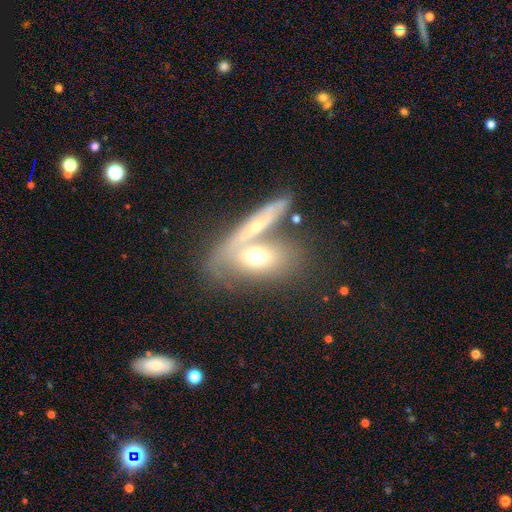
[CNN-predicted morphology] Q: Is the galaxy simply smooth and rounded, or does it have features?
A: smooth — 52%.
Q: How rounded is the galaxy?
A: in between — 71%.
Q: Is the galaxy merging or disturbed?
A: merger — 51%.